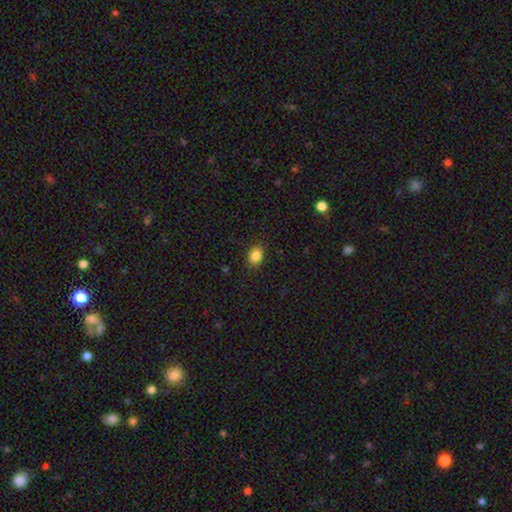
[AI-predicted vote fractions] Overall: smooth (85%). How rounded: in between (69%; round 30%). Merging: none (87%).